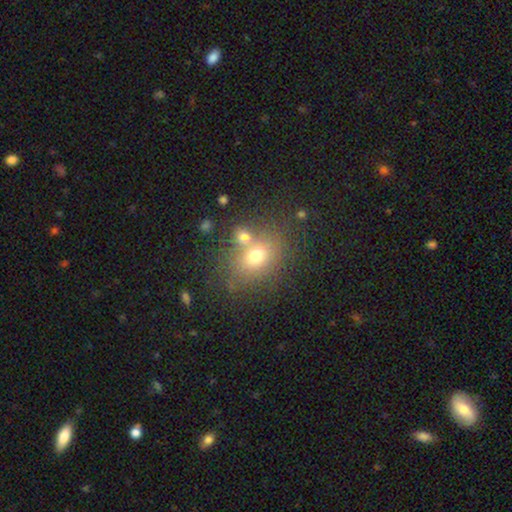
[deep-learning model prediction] Q: Smooth or featured?
A: smooth (68%); runner-up: featured or disk (17%)
Q: How rounded?
A: round (50%); runner-up: in between (49%)
Q: Merging?
A: none (57%); runner-up: merger (25%)